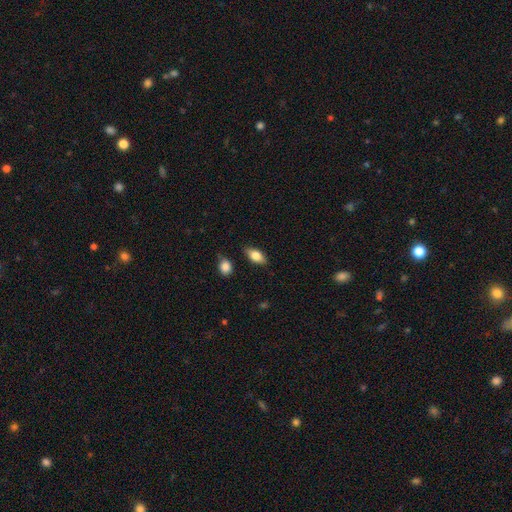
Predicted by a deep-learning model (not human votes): smooth 78%, featured or disk 15%, star or artifact 7%. Down the decision tree: how rounded — in between (88%); merging — none (82%).